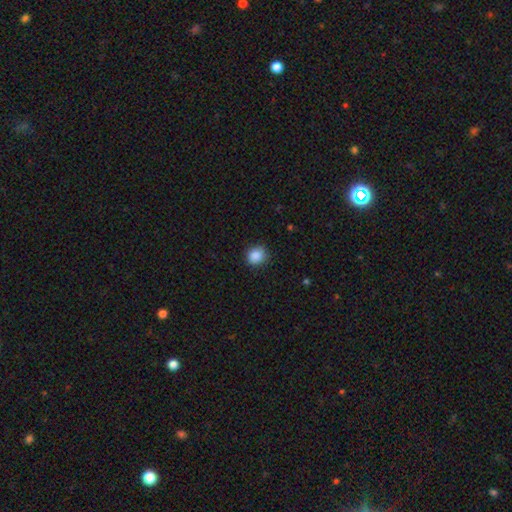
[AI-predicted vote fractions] Smooth or featured? smooth (88%)
How rounded? round (75%)
Merging? none (85%)